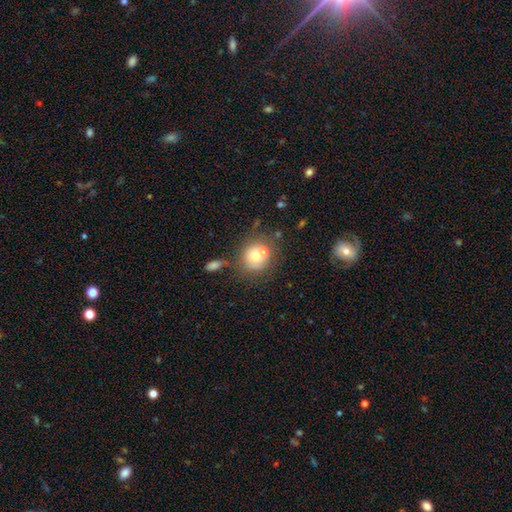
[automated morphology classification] Smooth or featured: smooth — 68% (featured or disk — 21%)
How rounded: round — 86% (in between — 13%)
Merging: none — 52% (merger — 30%)